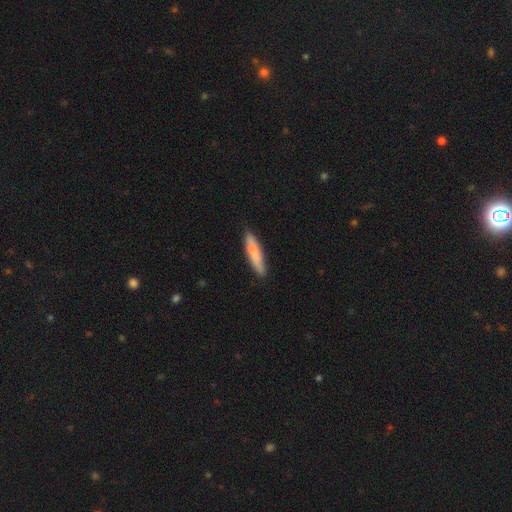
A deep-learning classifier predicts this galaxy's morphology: Overall: smooth (69%). How rounded: cigar-shaped (87%). Merging: none (84%).